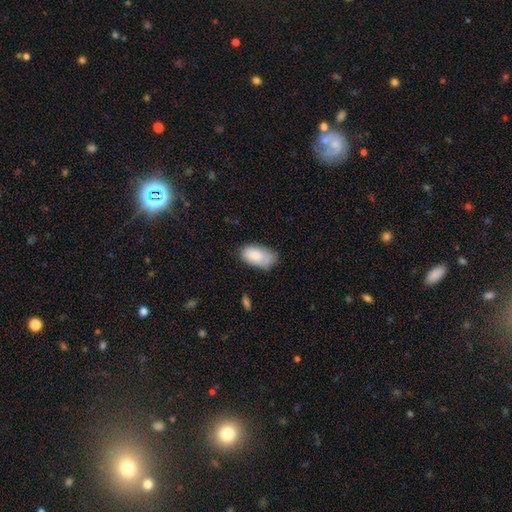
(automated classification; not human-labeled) smooth 83%, featured or disk 10%, star or artifact 7%. Down the decision tree: how rounded — in between (94%); merging — none (52%).